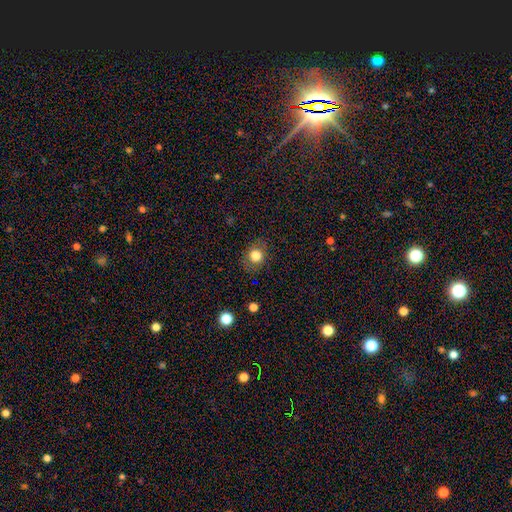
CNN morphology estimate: type=smooth (80%); roundness=round (72%); merging=none (82%).